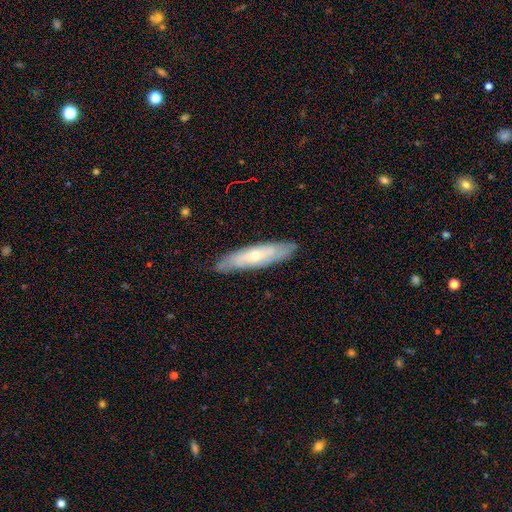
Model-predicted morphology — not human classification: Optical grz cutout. It shows a featured or disk galaxy (60%). Merging: none (84%).